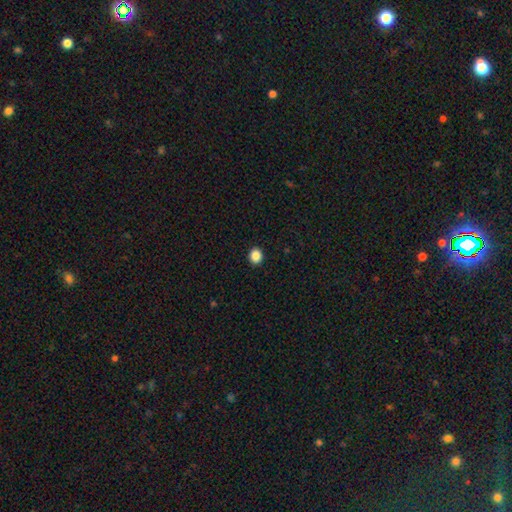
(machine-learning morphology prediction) Q: Smooth or featured?
A: smooth (87%); runner-up: star or artifact (10%)
Q: How rounded?
A: round (69%); runner-up: in between (30%)
Q: Merging?
A: none (92%); runner-up: minor disturbance (5%)